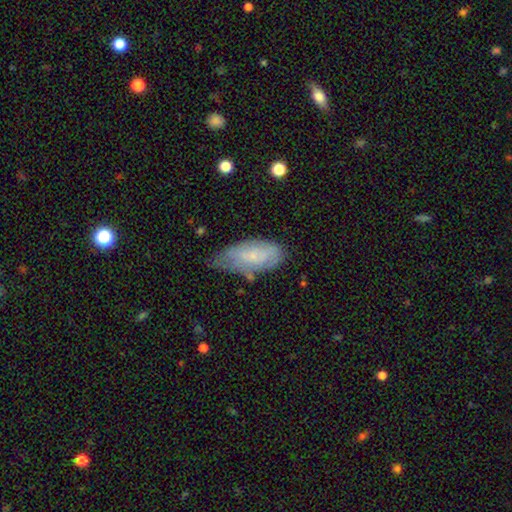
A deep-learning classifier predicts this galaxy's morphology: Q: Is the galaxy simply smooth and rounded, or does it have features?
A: smooth — 60%.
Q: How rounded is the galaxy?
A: in between — 89%.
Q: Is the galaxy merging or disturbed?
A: minor disturbance — 43%.